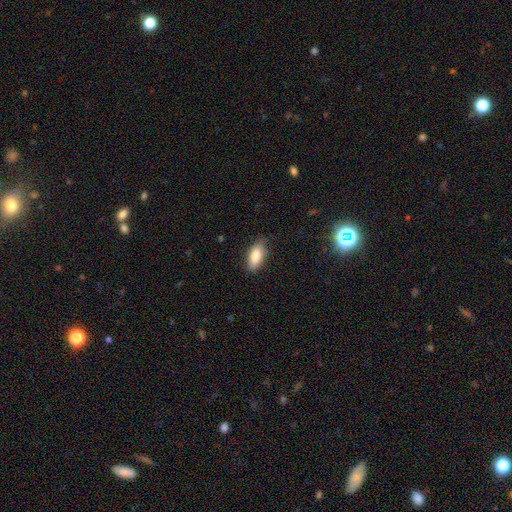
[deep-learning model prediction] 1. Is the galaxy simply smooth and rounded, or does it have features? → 83% smooth, 11% featured or disk, 7% star or artifact.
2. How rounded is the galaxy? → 84% in between, 14% cigar-shaped, 2% round.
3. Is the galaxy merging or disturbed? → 76% none, 20% minor disturbance, 3% major disturbance, 1% merger.